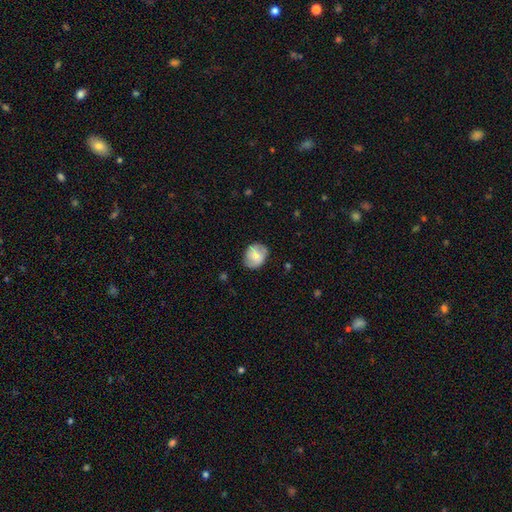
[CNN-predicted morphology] This is likely a smooth galaxy (61%). How rounded: possibly round (54%). Merging: likely none (73%).